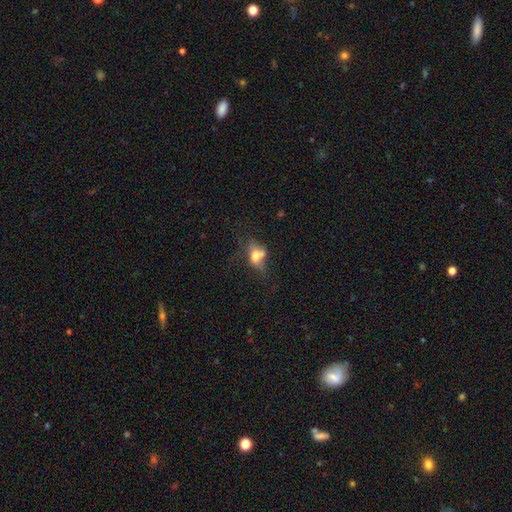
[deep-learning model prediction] A smooth galaxy with no disk features (58%) that is in between round and cigar-shaped (63%). Merging: none (36%).